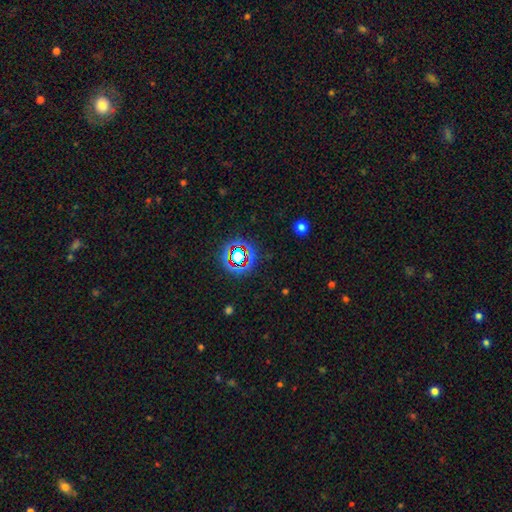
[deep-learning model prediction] The model was most divided on "smooth or featured": star or artifact: 63%, smooth: 19%, featured or disk: 17%.